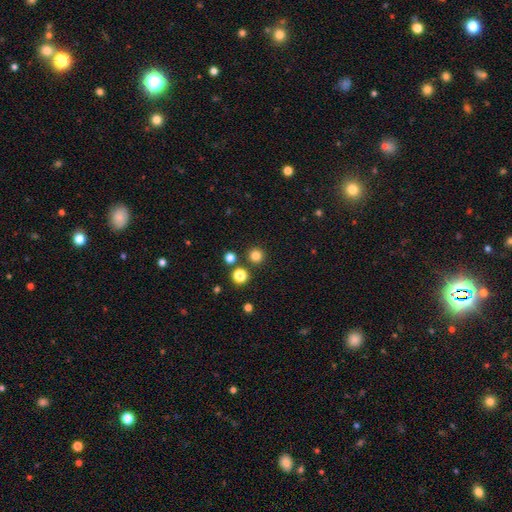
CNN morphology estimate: A smooth galaxy with no disk features (81%) that is round (95%).

Vote fractions:
- Smooth or featured? smooth: 81% / star or artifact: 15% / featured or disk: 4%
- How rounded? round: 95% / in between: 4% / cigar-shaped: 1%
- Merging? none: 89% / minor disturbance: 5% / merger: 4% / major disturbance: 2%